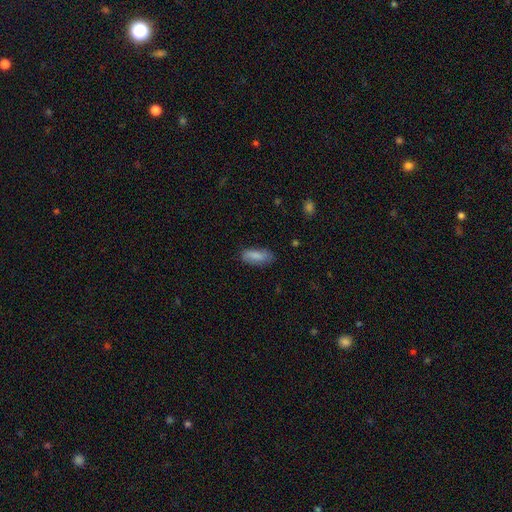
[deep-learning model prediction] smooth-or-featured: smooth: 82% | featured or disk: 11% | star or artifact: 6%
  how-rounded: in between: 78% | cigar-shaped: 20% | round: 2%
  merging: none: 75% | minor disturbance: 19% | major disturbance: 4% | merger: 1%